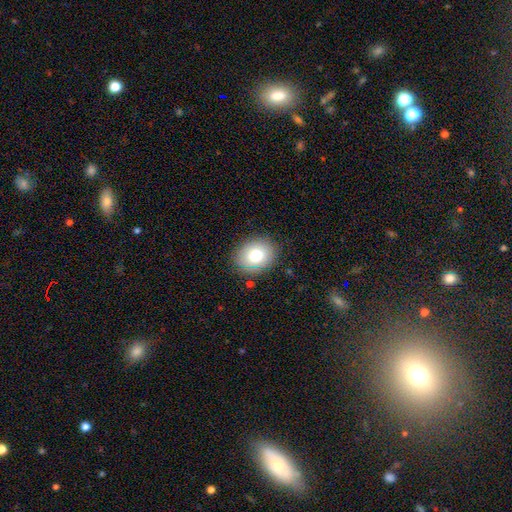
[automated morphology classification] Overall: smooth (76%). How rounded: round (57%; in between 42%). Merging: none (84%).